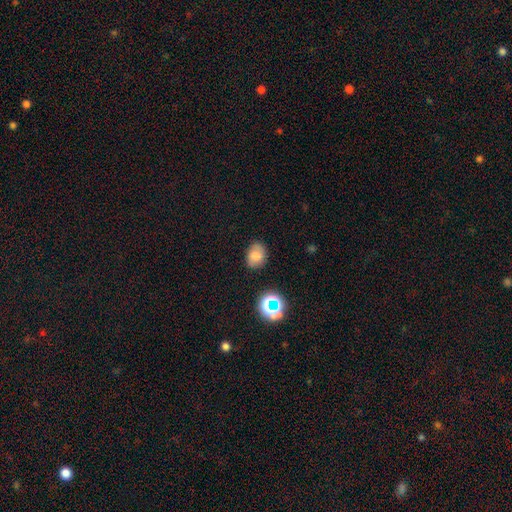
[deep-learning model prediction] Smooth or featured? Predicted: smooth (p=0.69). How rounded? Predicted: in between (p=0.60). Merging? Predicted: none (p=0.78).